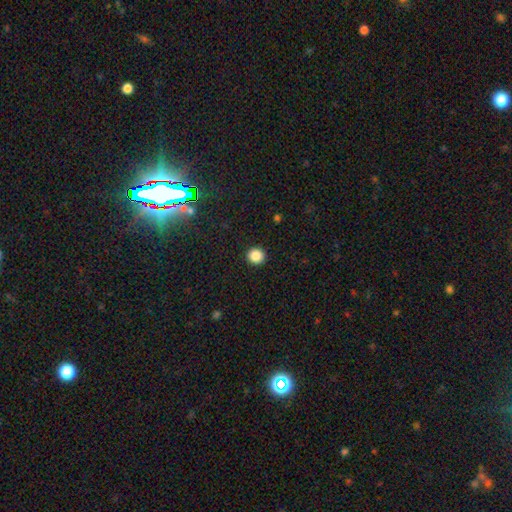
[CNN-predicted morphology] type=smooth (87%); roundness=round (91%); merging=none (93%).